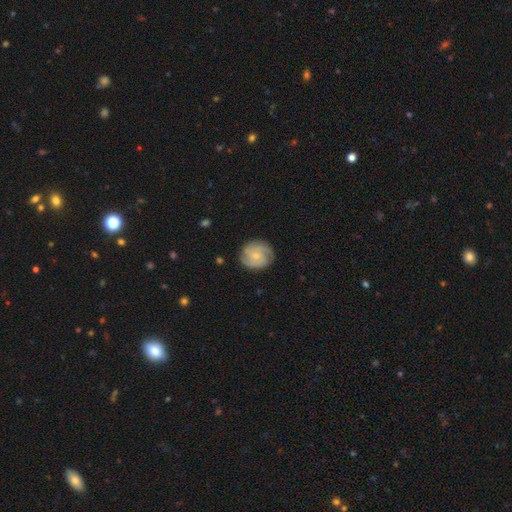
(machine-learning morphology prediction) This is likely a featured or disk galaxy (77%). It is clearly not viewed edge-on (98%). Bar: likely no (72%). Spiral arm pattern: clearly yes (95%). Spiral arm count: marginally 3 (38%). Spiral winding: possibly tight (57%). Central bulge: likely small (77%). Merging: clearly none (83%).